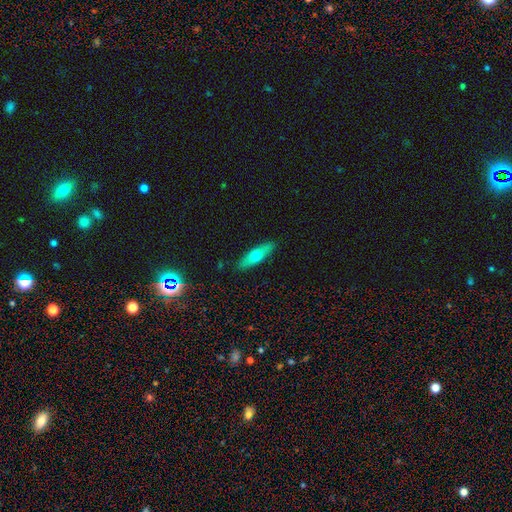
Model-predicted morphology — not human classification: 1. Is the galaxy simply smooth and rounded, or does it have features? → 57% smooth, 36% featured or disk, 7% star or artifact.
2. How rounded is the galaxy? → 62% cigar-shaped, 35% in between, 3% round.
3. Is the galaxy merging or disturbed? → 89% none, 8% minor disturbance, 2% major disturbance, 1% merger.